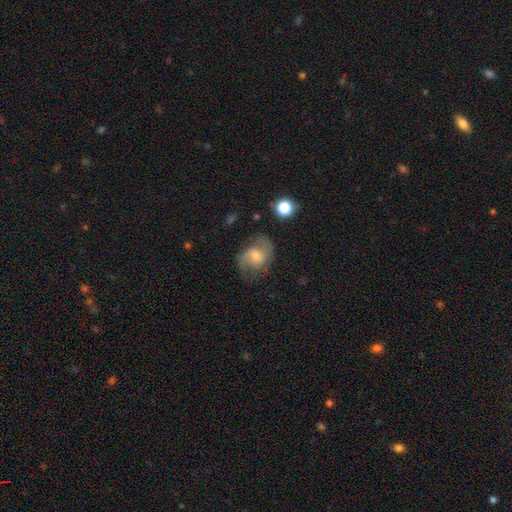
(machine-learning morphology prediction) Overall: featured or disk (70%). Edge-on disk: no (97%). Bar: no (59%; weak 35%). Spiral arms: yes (92%). Spiral arm count: 2 (83%). Spiral winding: medium (47%; loose 38%). Bulge size: moderate (48%; small 44%). Merging: none (64%).